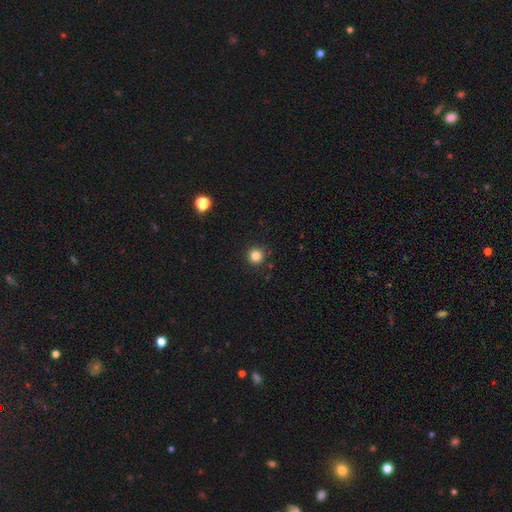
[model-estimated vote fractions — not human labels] This is clearly a smooth galaxy (83%). How rounded: clearly round (95%). Merging: clearly none (90%).